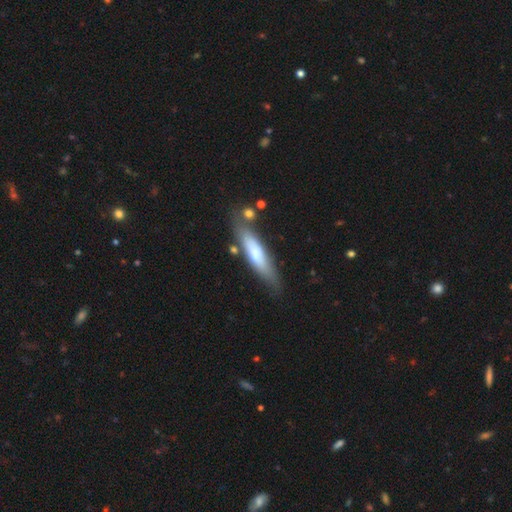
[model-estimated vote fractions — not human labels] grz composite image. It shows a smooth galaxy with no disk features (65%) that is cigar-shaped (76%). Merging: none (72%).